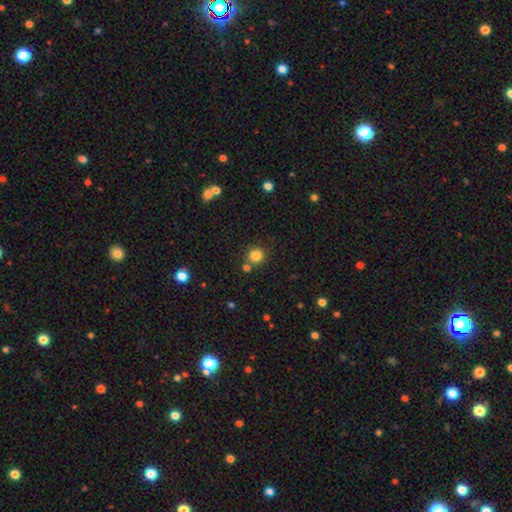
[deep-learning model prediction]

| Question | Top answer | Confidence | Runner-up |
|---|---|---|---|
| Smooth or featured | smooth | 83% | star or artifact (12%) |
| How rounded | round | 91% | in between (8%) |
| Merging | none | 79% | merger (11%) |